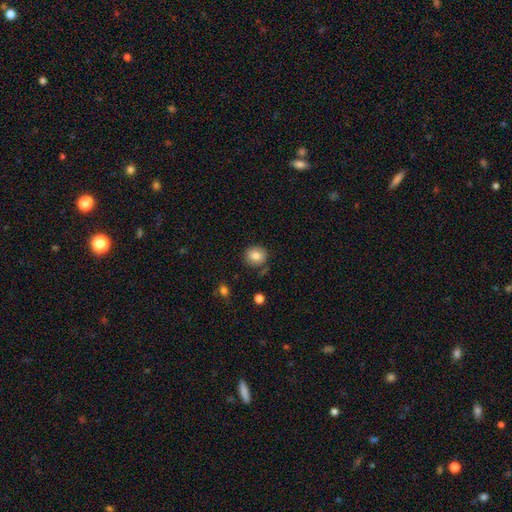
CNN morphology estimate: Smooth or featured? smooth (83%)
How rounded? round (80%)
Merging? none (81%)